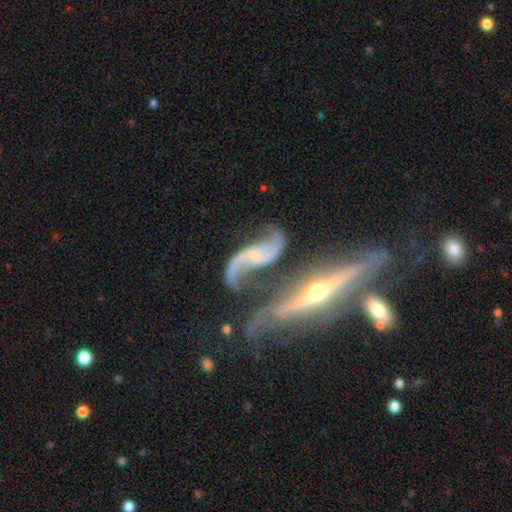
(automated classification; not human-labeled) The model was most divided on "merging": none: 42%, merger: 25%, minor disturbance: 18%, major disturbance: 14%. More confident: spiral arms — yes (95%); spiral arm count — 2 (92%); smooth or featured — featured or disk (88%); edge-on disk — no (86%); spiral winding — loose (80%); bar — no (51%); bulge size — small (51%).